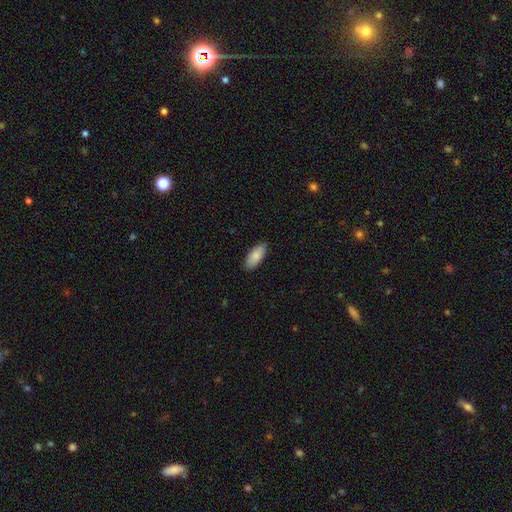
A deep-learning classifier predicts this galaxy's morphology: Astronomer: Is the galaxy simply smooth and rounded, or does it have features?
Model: smooth — 86%.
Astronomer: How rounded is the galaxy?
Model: in between — 85%.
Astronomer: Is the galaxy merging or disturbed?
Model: none — 88%.